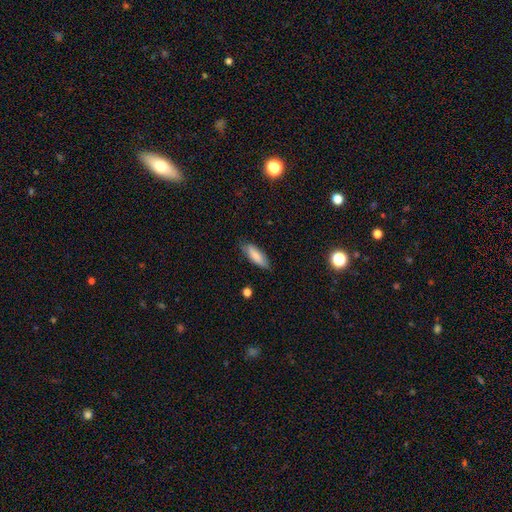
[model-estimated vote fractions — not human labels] smooth_or_featured: smooth (p=0.78) [alt: featured or disk p=0.15]
how_rounded: in between (p=0.58) [alt: cigar-shaped p=0.40]
merging: none (p=0.77) [alt: minor disturbance p=0.18]